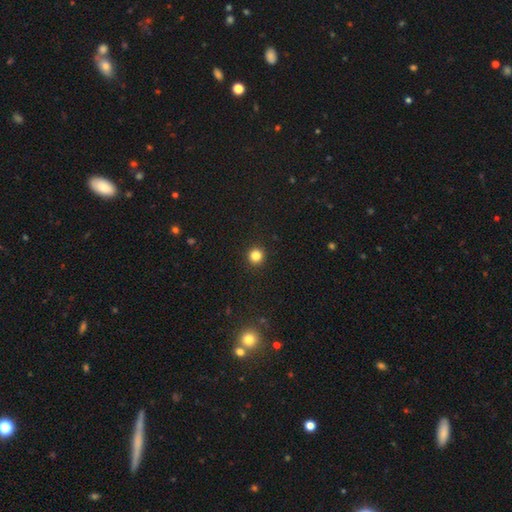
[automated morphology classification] Smooth or featured? smooth (83%)
How rounded? round (94%)
Merging? none (93%)